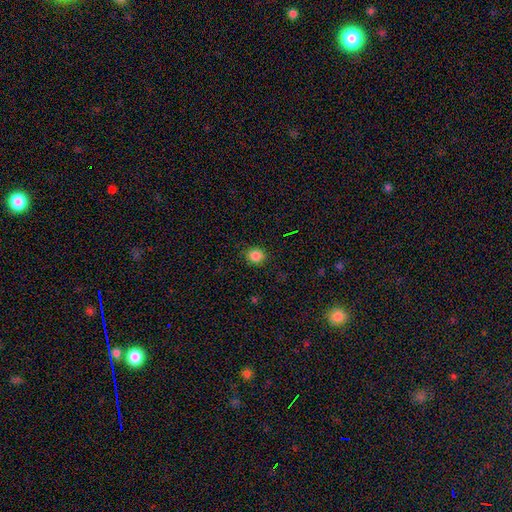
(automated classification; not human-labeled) Q: Smooth or featured?
A: smooth (84%); runner-up: star or artifact (12%)
Q: How rounded?
A: round (80%); runner-up: in between (19%)
Q: Merging?
A: none (89%); runner-up: minor disturbance (8%)